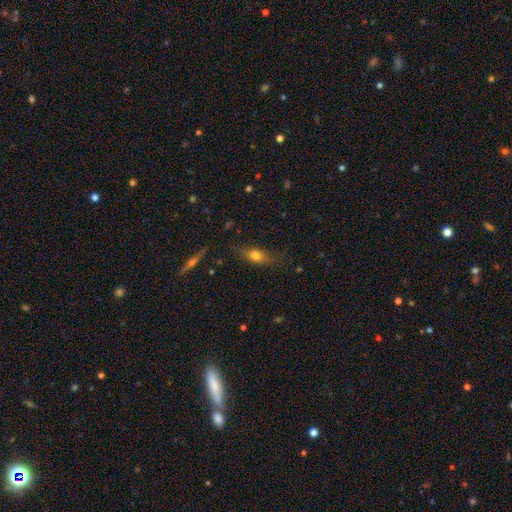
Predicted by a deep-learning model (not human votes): This appears to be a smooth galaxy with no disk features (70%) that is in between round and cigar-shaped (67%). Merging: none (72%).